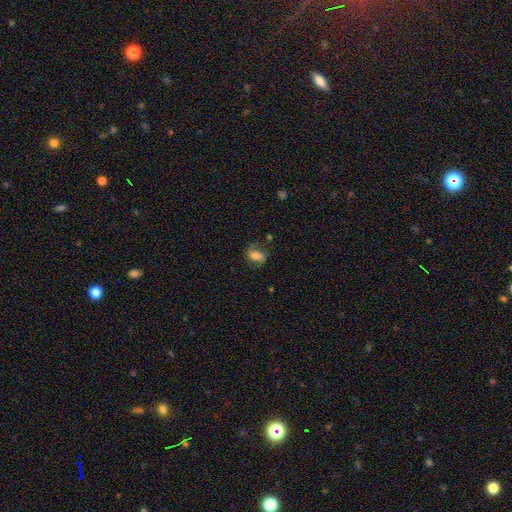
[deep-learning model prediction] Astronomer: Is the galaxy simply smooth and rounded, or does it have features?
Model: smooth — 46% (runner-up: featured or disk, 44%).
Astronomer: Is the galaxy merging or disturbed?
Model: none — 63%.